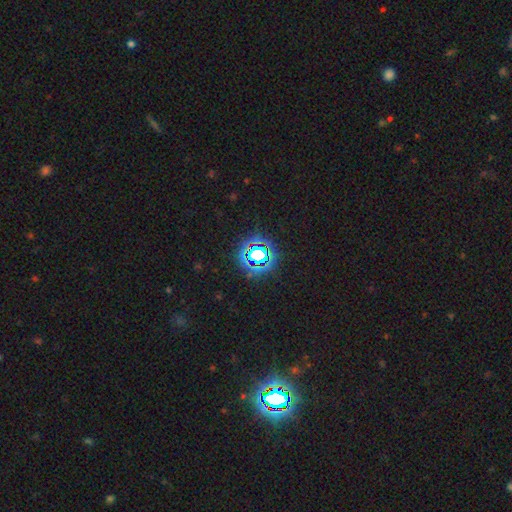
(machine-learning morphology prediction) Q: Smooth or featured?
A: star or artifact (71%); runner-up: smooth (18%)